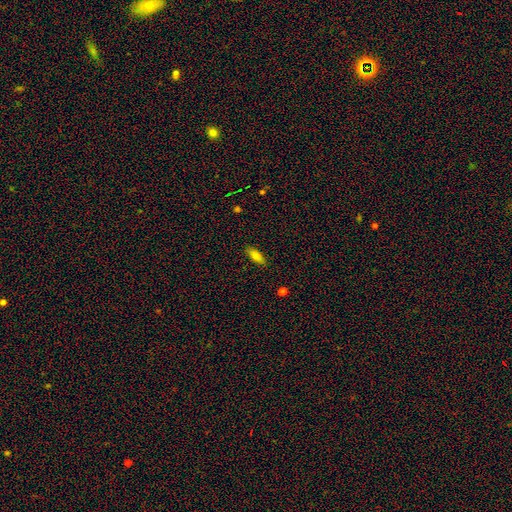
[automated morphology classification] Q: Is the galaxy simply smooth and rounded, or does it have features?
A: smooth — 80%.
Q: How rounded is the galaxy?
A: in between — 75%.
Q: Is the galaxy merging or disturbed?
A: none — 86%.